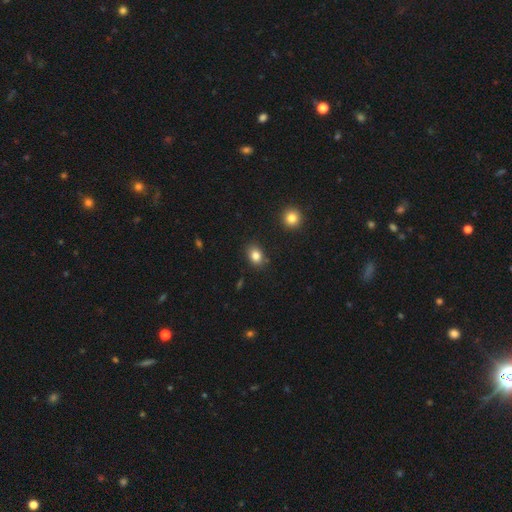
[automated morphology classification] A smooth galaxy with no disk features (84%) that is in between round and cigar-shaped (58%).

Vote fractions:
- Smooth or featured? smooth: 84% / star or artifact: 10% / featured or disk: 6%
- How rounded? in between: 58% / round: 41% / cigar-shaped: 1%
- Merging? none: 85% / minor disturbance: 10% / major disturbance: 2% / merger: 2%